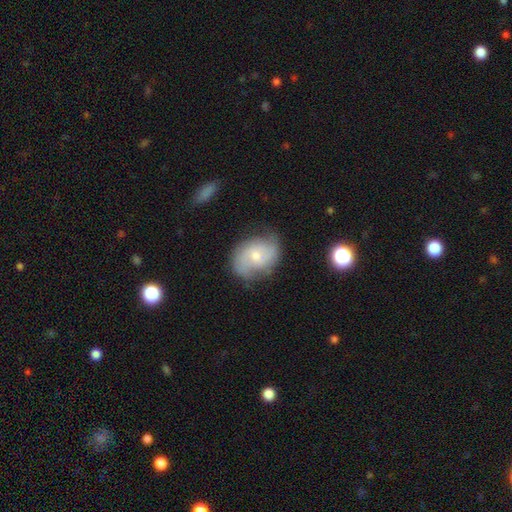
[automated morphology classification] Smooth or featured: featured or disk — 57% (smooth — 35%)
Edge-on disk: no — 96% (yes — 4%)
Bar: no — 61% (weak — 32%)
Spiral arms: yes — 83% (no — 17%)
Bulge size: small — 57% (moderate — 38%)
Merging: none — 65% (minor disturbance — 25%)